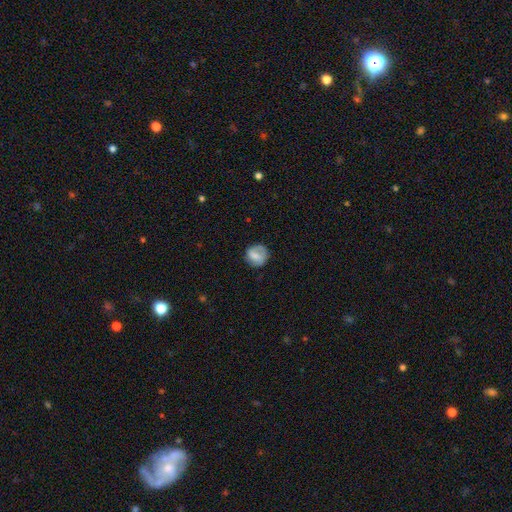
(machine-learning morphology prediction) Q: Smooth or featured?
A: smooth (63%); runner-up: featured or disk (29%)
Q: How rounded?
A: round (82%); runner-up: in between (17%)
Q: Merging?
A: none (68%); runner-up: minor disturbance (21%)